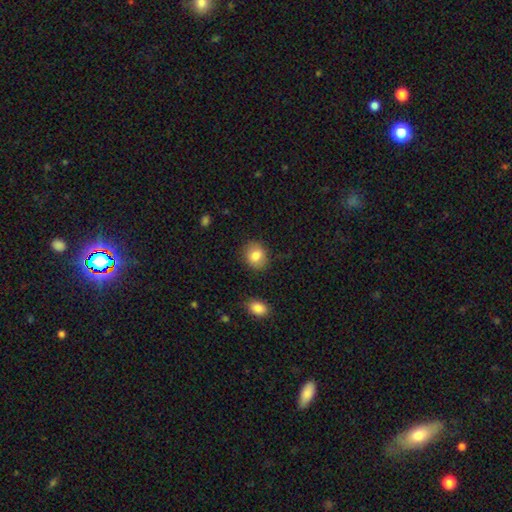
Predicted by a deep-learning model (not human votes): smooth-or-featured: smooth: 82% | featured or disk: 10% | star or artifact: 8%
  how-rounded: round: 59% | in between: 40% | cigar-shaped: 1%
  merging: none: 84% | minor disturbance: 11% | major disturbance: 3% | merger: 2%